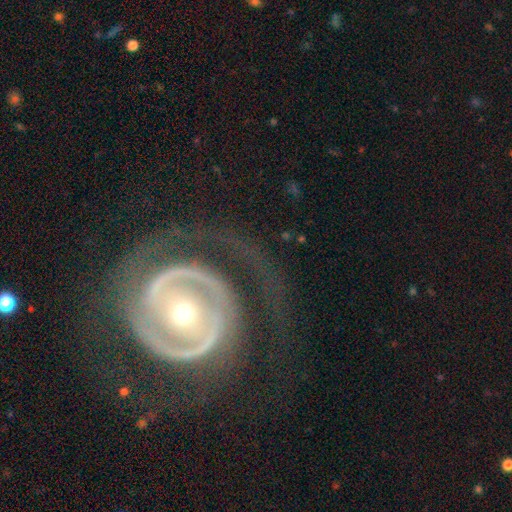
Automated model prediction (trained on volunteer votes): featured or disk 87%, smooth 8%, star or artifact 5%. Down the decision tree: edge-on disk — no (97%); bar — no (50%); spiral arms — yes (82%); spiral arm count — 2 (64%); spiral winding — tight (58%); bulge size — moderate (57%); merging — none (62%).